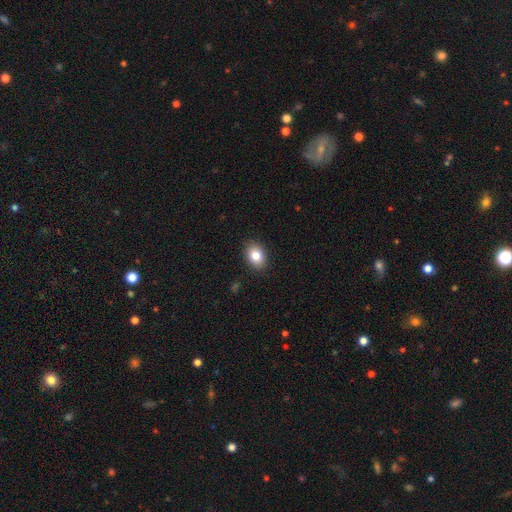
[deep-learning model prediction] Overall: smooth (83%). How rounded: in between (69%; round 30%). Merging: none (89%).